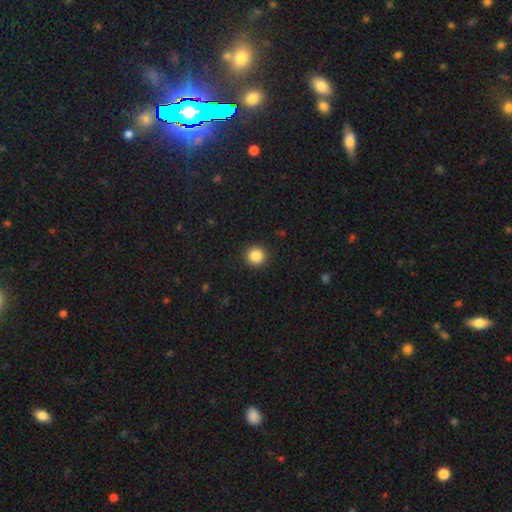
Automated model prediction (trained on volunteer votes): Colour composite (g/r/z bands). It shows a smooth galaxy with no disk features (86%) that is round (95%). Merging: none (93%).